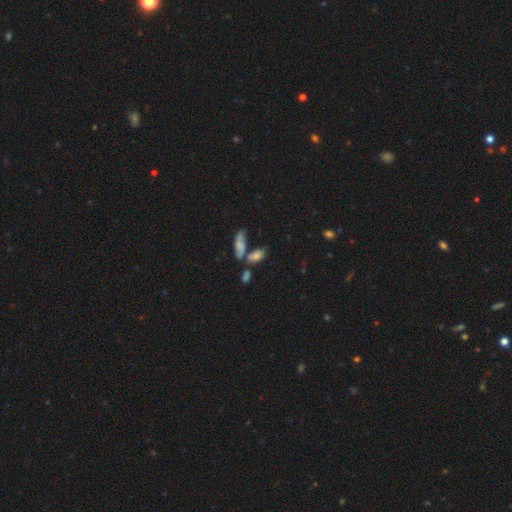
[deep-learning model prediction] smooth_or_featured: smooth (p=0.64) [alt: featured or disk p=0.22]
how_rounded: in between (p=0.78) [alt: cigar-shaped p=0.16]
merging: none (p=0.40) [alt: merger p=0.38]